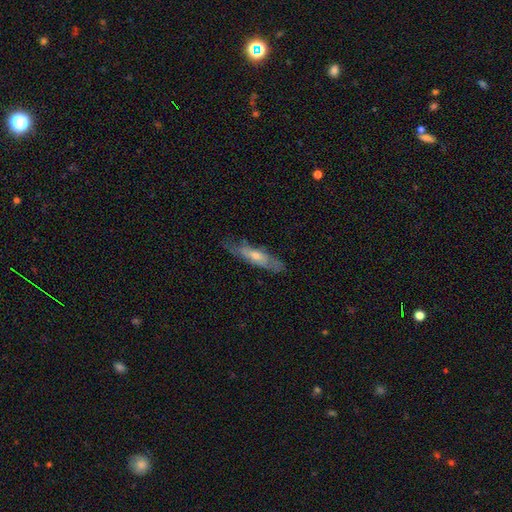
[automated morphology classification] smooth-or-featured: featured or disk: 57% | smooth: 36% | star or artifact: 7%
  disk-edge-on: yes: 51% | no: 49%
  merging: none: 69% | minor disturbance: 22% | major disturbance: 7% | merger: 2%